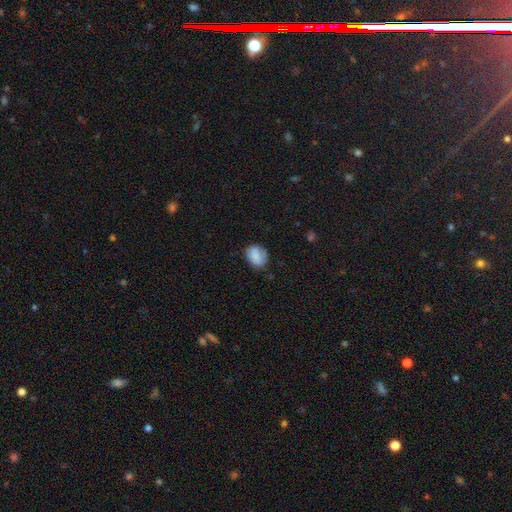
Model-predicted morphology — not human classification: smooth-or-featured: smooth: 81% | featured or disk: 11% | star or artifact: 8%
  how-rounded: in between: 57% | round: 42% | cigar-shaped: 1%
  merging: none: 65% | minor disturbance: 25% | major disturbance: 7% | merger: 3%